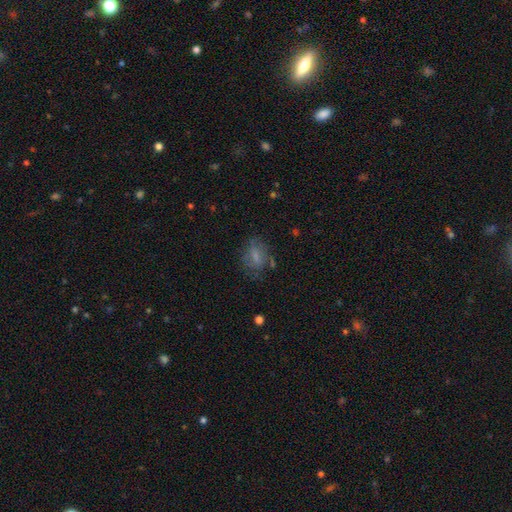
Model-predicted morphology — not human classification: smooth_or_featured: smooth (p=0.62) [alt: featured or disk p=0.27]
how_rounded: in between (p=0.70) [alt: round p=0.25]
merging: none (p=0.57) [alt: minor disturbance p=0.23]